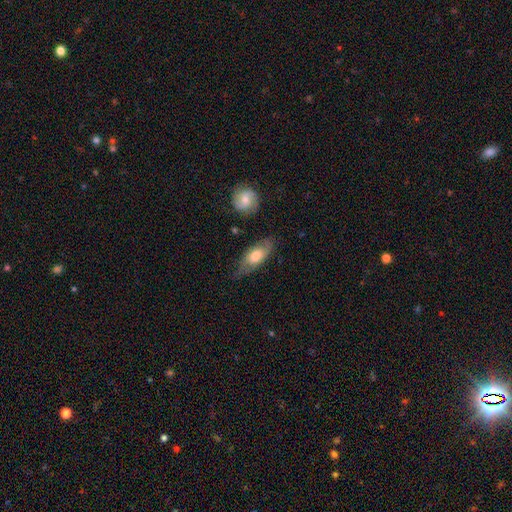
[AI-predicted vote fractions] Smooth or featured: smooth — 62% (featured or disk — 33%)
How rounded: in between — 78% (cigar-shaped — 18%)
Merging: none — 64% (minor disturbance — 26%)